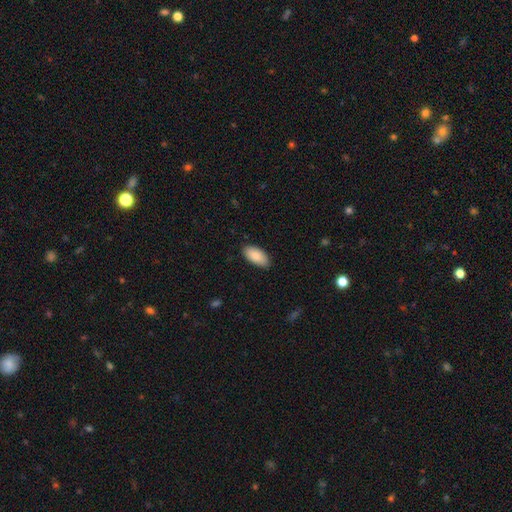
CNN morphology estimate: A smooth galaxy with no disk features (86%) that is in between round and cigar-shaped (94%). Merging: none (87%).